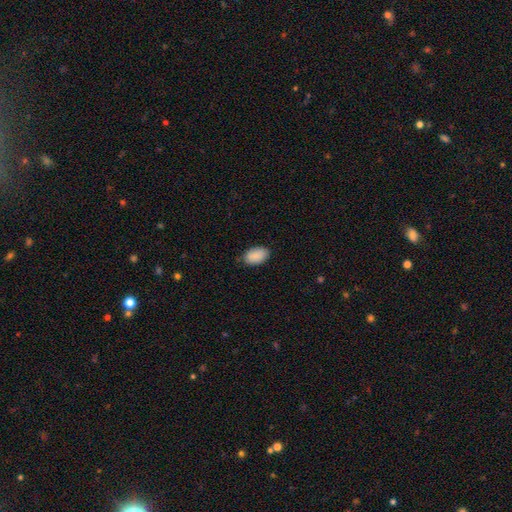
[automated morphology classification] This appears to be a smooth galaxy with no disk features (88%) that is in between round and cigar-shaped (92%). Merging: none (82%).